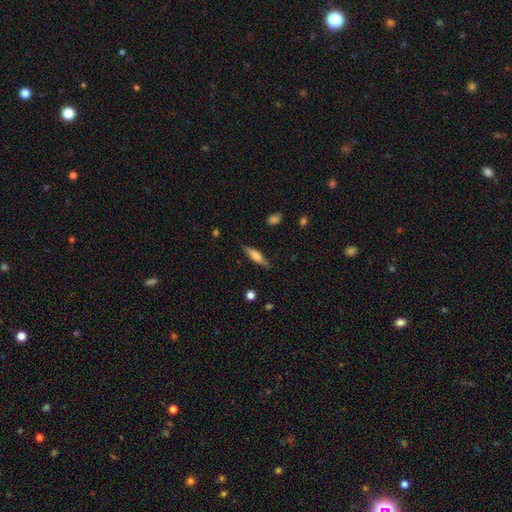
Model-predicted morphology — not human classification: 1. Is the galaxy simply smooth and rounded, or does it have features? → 57% smooth, 36% featured or disk, 7% star or artifact.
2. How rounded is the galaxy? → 72% cigar-shaped, 26% in between, 2% round.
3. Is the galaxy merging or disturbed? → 83% none, 13% minor disturbance, 3% major disturbance, 1% merger.